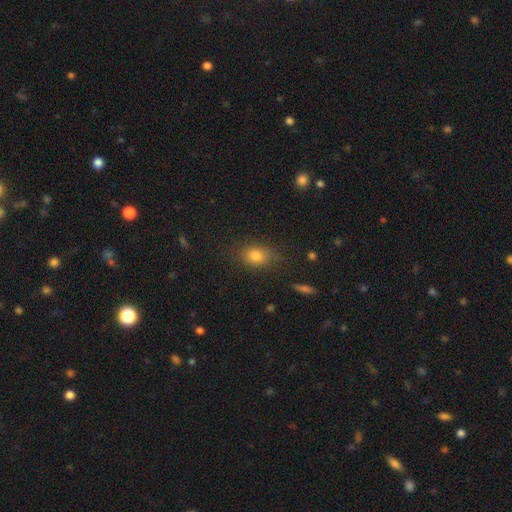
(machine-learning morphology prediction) Overall: smooth (80%). How rounded: in between (64%; round 33%). Merging: none (78%).